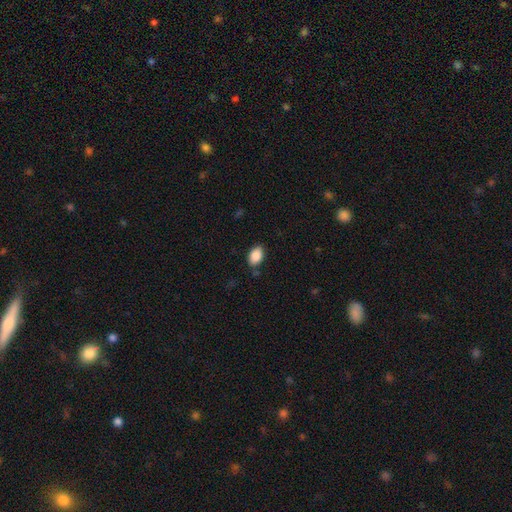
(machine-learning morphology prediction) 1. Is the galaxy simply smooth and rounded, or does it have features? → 89% smooth, 7% star or artifact, 4% featured or disk.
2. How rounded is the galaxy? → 87% in between, 11% round, 1% cigar-shaped.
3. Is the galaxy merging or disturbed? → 82% none, 13% minor disturbance, 3% major disturbance, 2% merger.